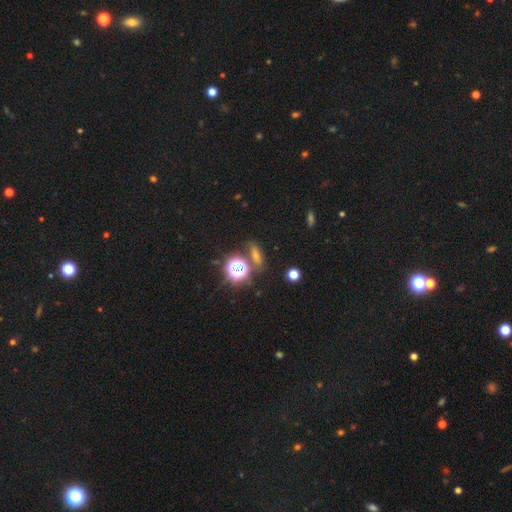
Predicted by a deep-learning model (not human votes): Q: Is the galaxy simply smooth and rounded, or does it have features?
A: star or artifact — 47%.